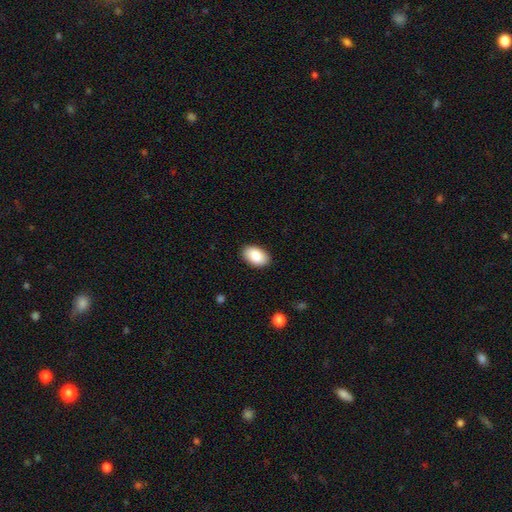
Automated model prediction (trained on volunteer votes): The model was most divided on "merging": none: 89%, minor disturbance: 8%, major disturbance: 2%, merger: 1%. More confident: how rounded — in between (93%); smooth or featured — smooth (88%).